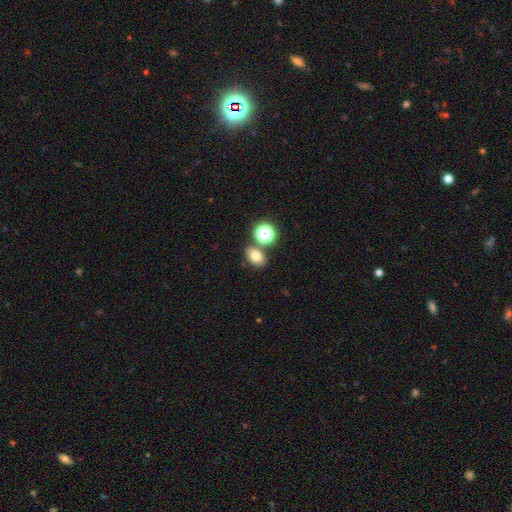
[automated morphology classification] A smooth galaxy with no disk features (75%) that is in between round and cigar-shaped (69%).

Vote fractions:
- Smooth or featured? smooth: 75% / star or artifact: 15% / featured or disk: 10%
- How rounded? in between: 69% / round: 30% / cigar-shaped: 1%
- Merging? none: 72% / merger: 15% / minor disturbance: 10% / major disturbance: 3%